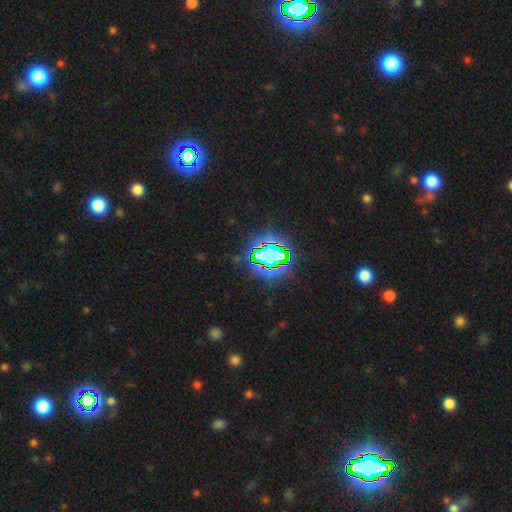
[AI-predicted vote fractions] This appears to be a star or artifact, not a galaxy (81%).